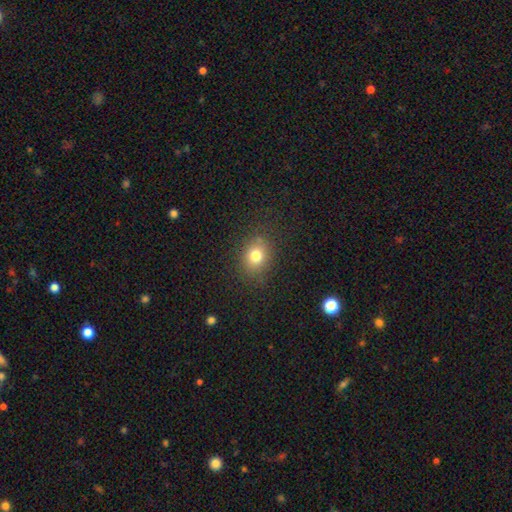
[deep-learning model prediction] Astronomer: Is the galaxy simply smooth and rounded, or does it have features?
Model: smooth — 78%.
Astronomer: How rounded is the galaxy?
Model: round — 56% (runner-up: in between, 43%).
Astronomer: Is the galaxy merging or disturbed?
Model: none — 83%.